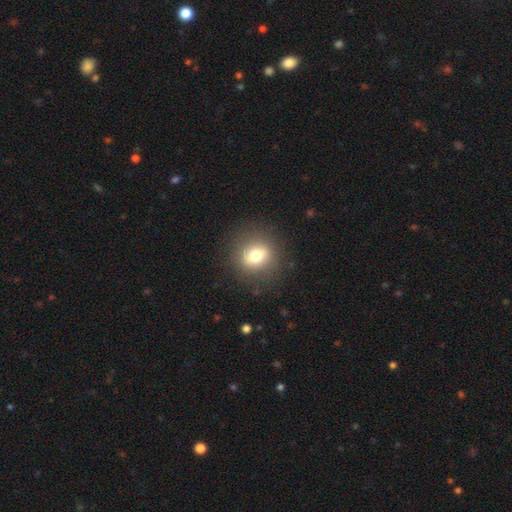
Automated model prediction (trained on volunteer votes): Smooth or featured? Predicted: smooth (p=0.72). How rounded? Predicted: round (p=0.79). Merging? Predicted: none (p=0.87).